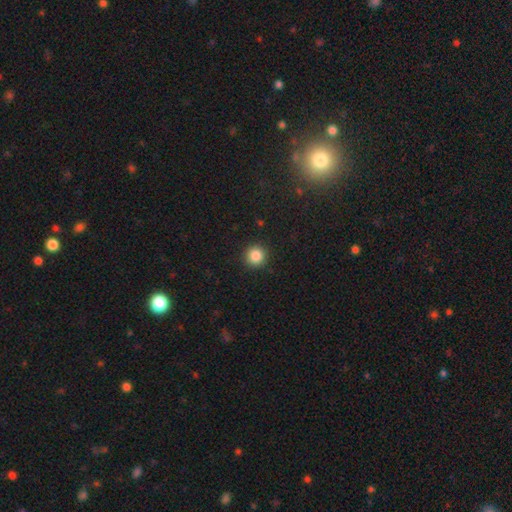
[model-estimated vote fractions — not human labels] smooth-or-featured: smooth: 86% | star or artifact: 11% | featured or disk: 4%
  how-rounded: round: 95% | in between: 4% | cigar-shaped: 1%
  merging: none: 92% | minor disturbance: 5% | major disturbance: 2% | merger: 1%